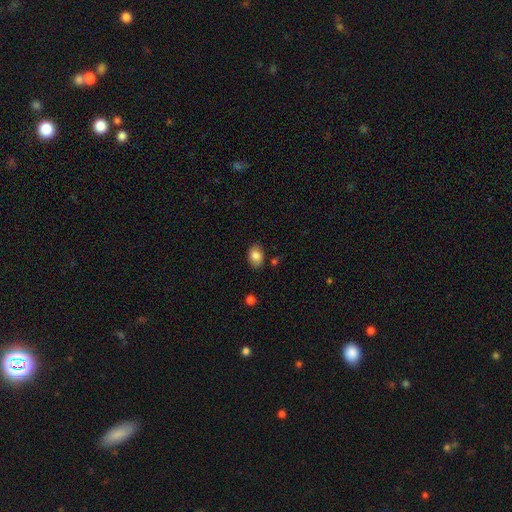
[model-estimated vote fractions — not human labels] This appears to be a smooth galaxy with no disk features (85%) that is in between round and cigar-shaped (75%). Merging: none (83%).